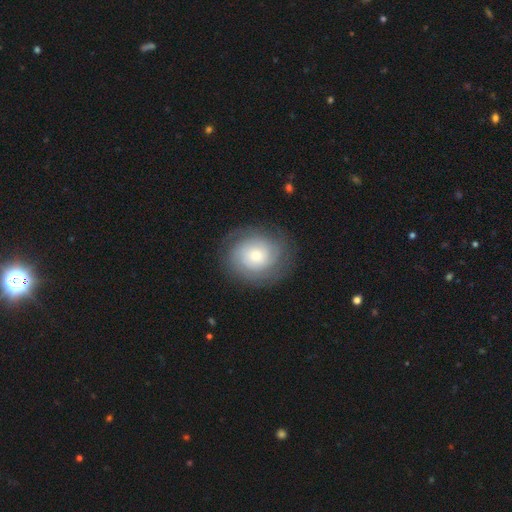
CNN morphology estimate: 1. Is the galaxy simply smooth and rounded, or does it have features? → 60% featured or disk, 32% smooth, 8% star or artifact.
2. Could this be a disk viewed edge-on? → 97% no, 3% yes.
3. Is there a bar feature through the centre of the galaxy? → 82% no, 15% weak, 3% strong.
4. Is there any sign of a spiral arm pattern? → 88% yes, 12% no.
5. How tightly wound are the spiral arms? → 72% tight, 21% medium, 7% loose.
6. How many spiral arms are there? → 44% can't tell, 18% 2, 15% 3, 10% 4, 6% more than 4, 6% 1.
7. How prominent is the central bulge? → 52% small, 33% moderate, 11% large, 2% dominant, 2% none.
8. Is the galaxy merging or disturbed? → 80% none, 13% minor disturbance, 7% major disturbance, 1% merger.